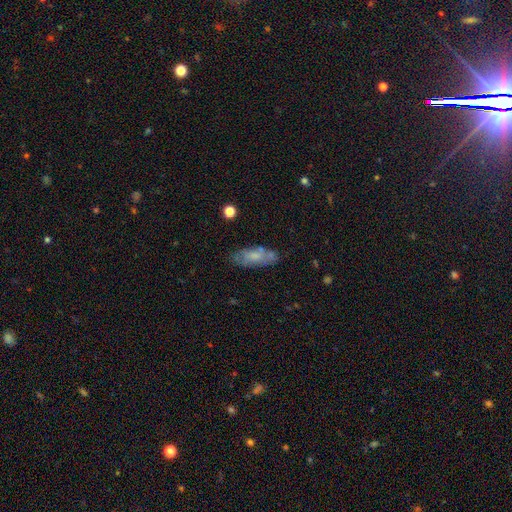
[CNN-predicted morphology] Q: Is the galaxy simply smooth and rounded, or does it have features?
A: smooth — 58%.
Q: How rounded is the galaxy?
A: in between — 72%.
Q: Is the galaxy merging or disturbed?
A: none — 66%.